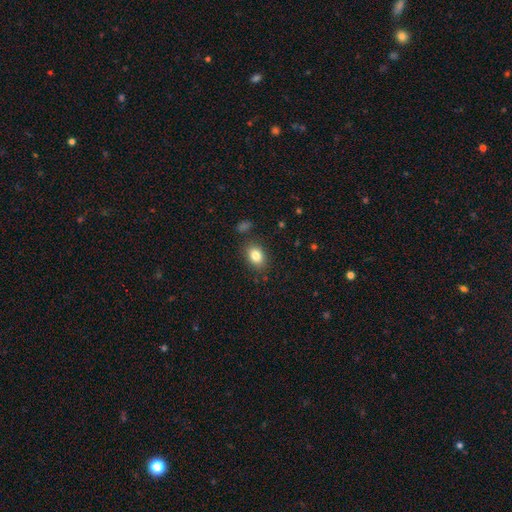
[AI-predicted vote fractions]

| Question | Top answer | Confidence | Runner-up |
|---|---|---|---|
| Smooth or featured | smooth | 83% | star or artifact (9%) |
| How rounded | in between | 70% | round (29%) |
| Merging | none | 84% | minor disturbance (11%) |